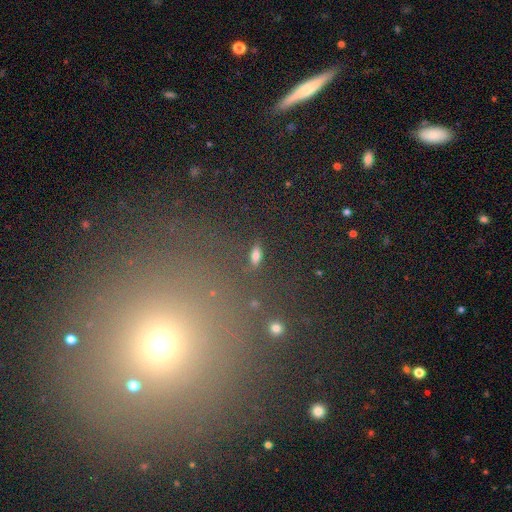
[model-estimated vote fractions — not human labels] smooth-or-featured: smooth: 71% | star or artifact: 15% | featured or disk: 14%
  how-rounded: in between: 72% | cigar-shaped: 21% | round: 7%
  merging: none: 83% | minor disturbance: 10% | major disturbance: 4% | merger: 3%